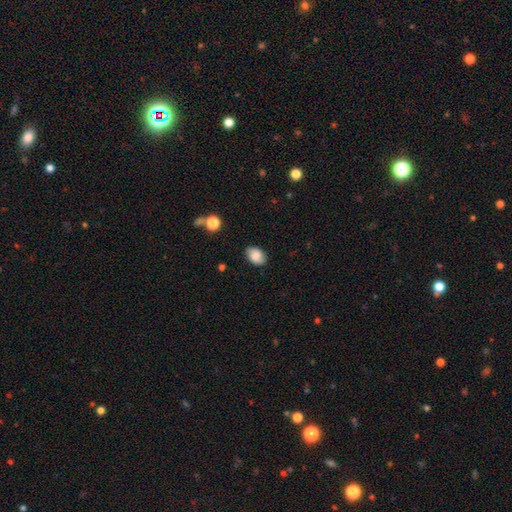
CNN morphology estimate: smooth 83%, featured or disk 9%, star or artifact 8%. Down the decision tree: how rounded — in between (84%); merging — none (84%).